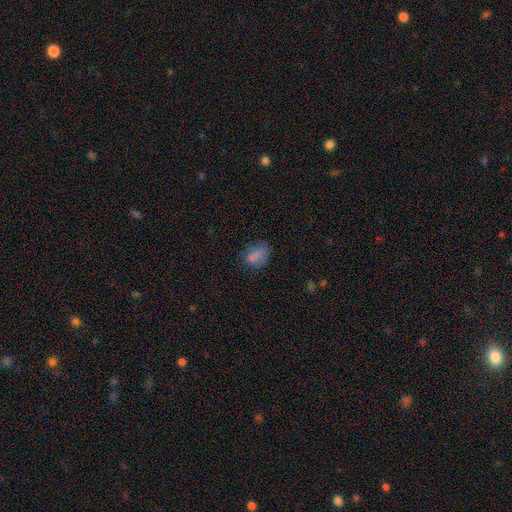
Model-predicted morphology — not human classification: Smooth or featured?
  - smooth: 76% *
  - star or artifact: 13%
  - featured or disk: 11%
How rounded?
  - in between: 67% *
  - round: 32%
  - cigar-shaped: 2%
Merging?
  - none: 58% *
  - minor disturbance: 25%
  - major disturbance: 13%
  - merger: 4%